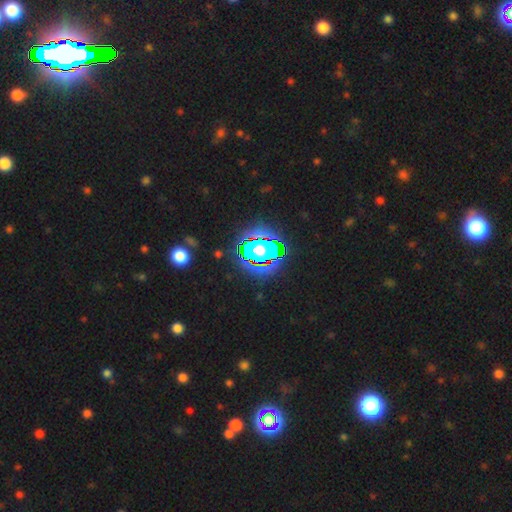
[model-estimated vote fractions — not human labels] smooth-or-featured: star or artifact: 83% | smooth: 10% | featured or disk: 6%